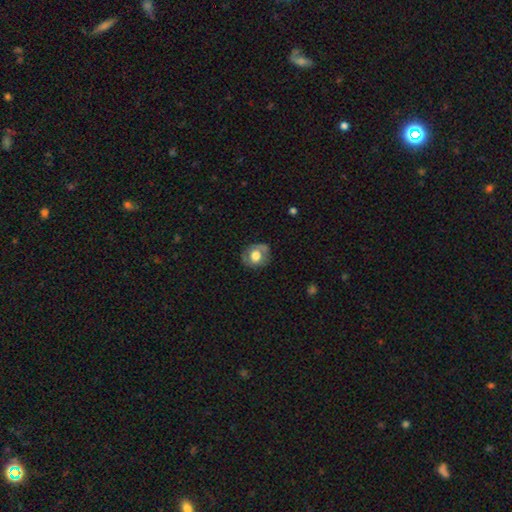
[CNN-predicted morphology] smooth_or_featured: smooth (p=0.62) [alt: featured or disk p=0.30]
how_rounded: round (p=0.67) [alt: in between p=0.32]
merging: none (p=0.71) [alt: minor disturbance p=0.21]